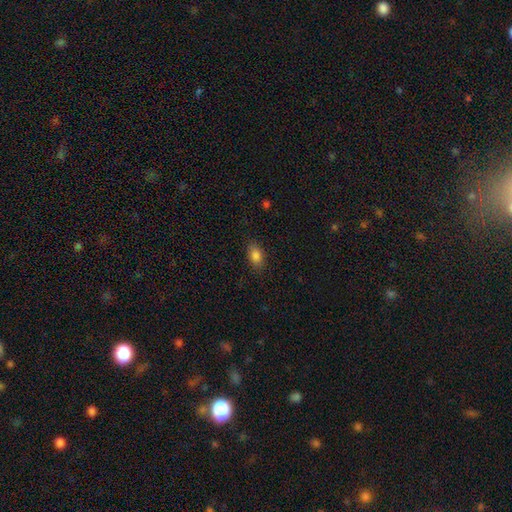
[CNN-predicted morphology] Overall: smooth (84%). How rounded: in between (86%). Merging: none (84%).